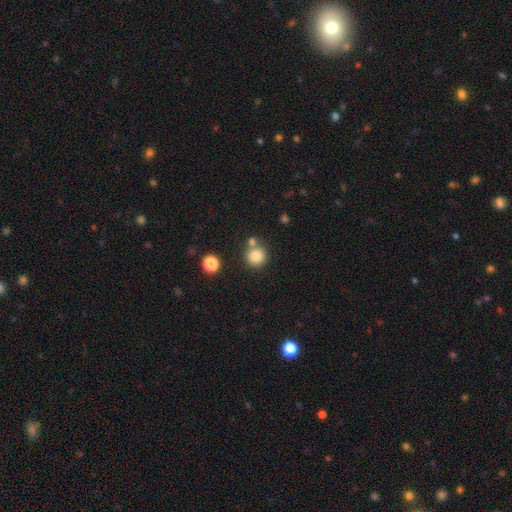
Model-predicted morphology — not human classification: smooth_or_featured: smooth (p=0.82) [alt: star or artifact p=0.11]
how_rounded: round (p=0.92) [alt: in between p=0.08]
merging: none (p=0.67) [alt: merger p=0.21]